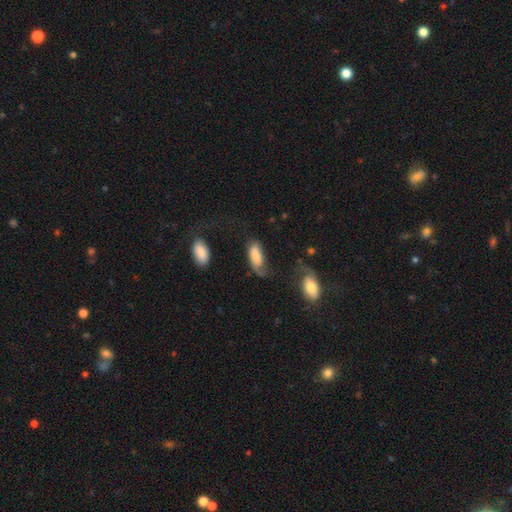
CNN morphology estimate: Overall: smooth (72%). How rounded: in between (84%). Merging: major disturbance (34%; none 31%).